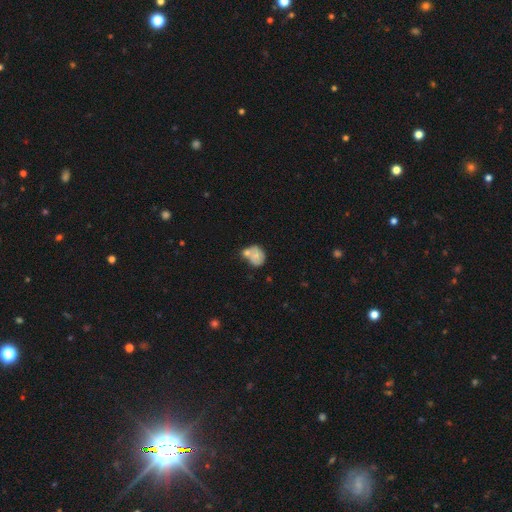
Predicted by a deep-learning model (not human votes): smooth_or_featured: smooth (p=0.63) [alt: featured or disk p=0.29]
how_rounded: round (p=0.52) [alt: in between p=0.47]
merging: merger (p=0.45) [alt: none p=0.30]